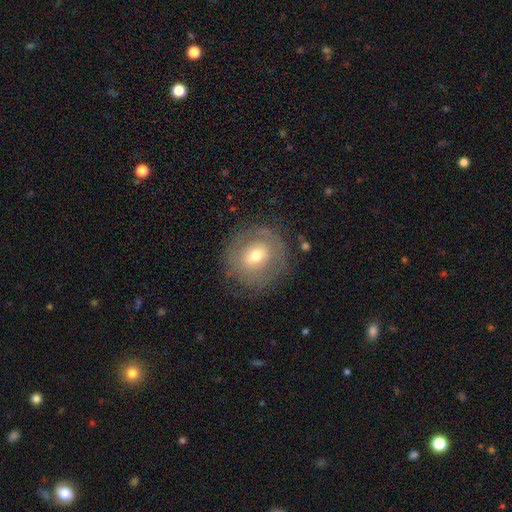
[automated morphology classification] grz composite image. It shows a smooth galaxy with no disk features (48%). Merging: none (75%).